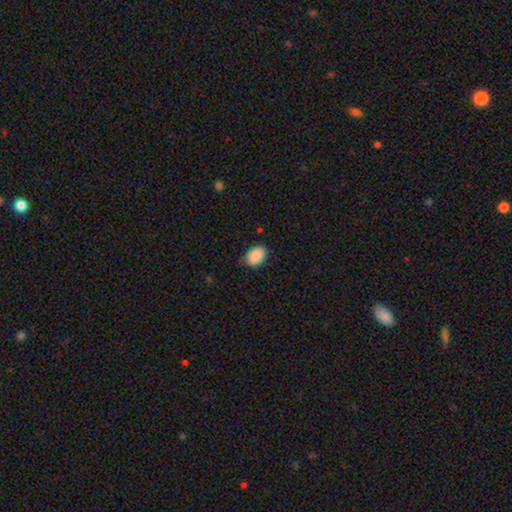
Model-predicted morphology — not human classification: Q: Smooth or featured?
A: smooth (89%); runner-up: star or artifact (7%)
Q: How rounded?
A: in between (81%); runner-up: round (18%)
Q: Merging?
A: none (75%); runner-up: minor disturbance (20%)